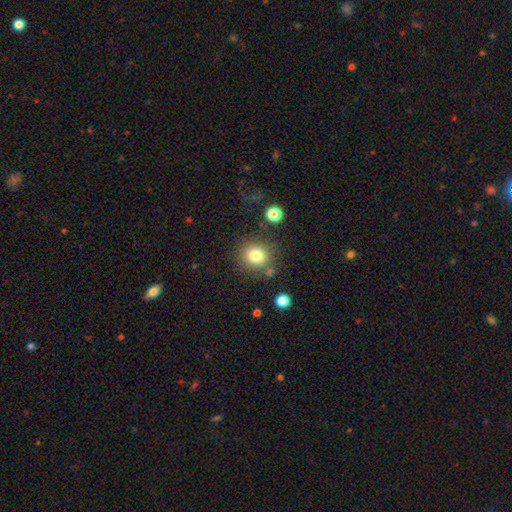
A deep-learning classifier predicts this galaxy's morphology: A smooth galaxy with no disk features (81%) that is round (84%). Merging: none (77%).